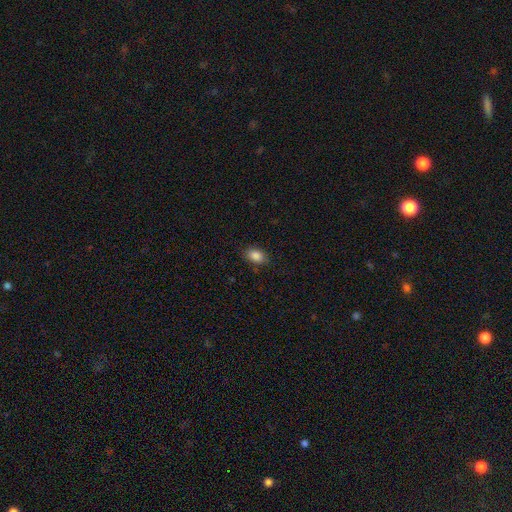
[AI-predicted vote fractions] Overall: smooth (87%). How rounded: in between (82%). Merging: none (84%).